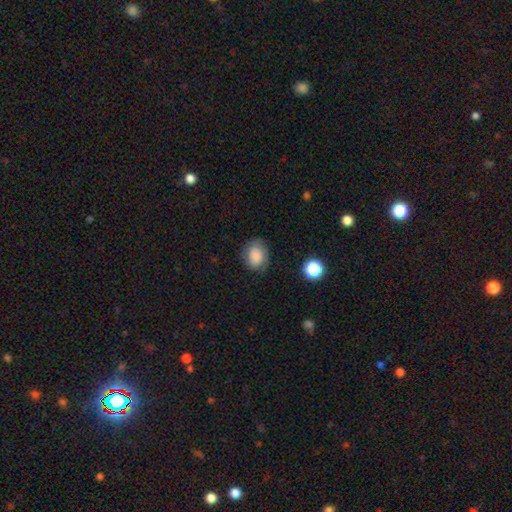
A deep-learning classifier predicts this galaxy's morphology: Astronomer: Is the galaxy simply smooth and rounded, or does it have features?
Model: smooth — 78%.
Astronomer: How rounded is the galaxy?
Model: in between — 58% (runner-up: round, 41%).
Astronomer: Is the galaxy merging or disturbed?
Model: none — 75%.